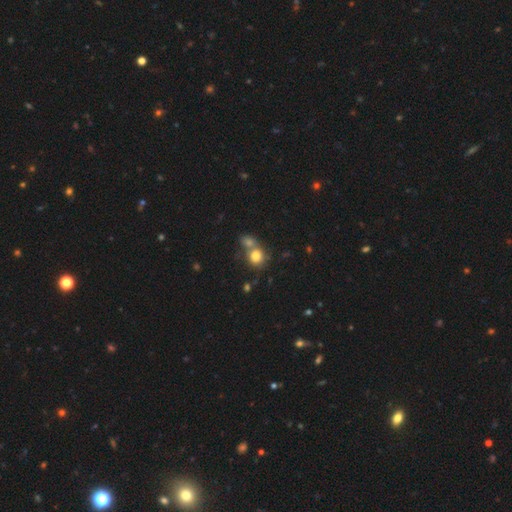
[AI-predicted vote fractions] This is likely a smooth galaxy (79%). How rounded: likely round (74%). Merging: possibly merger (49%).